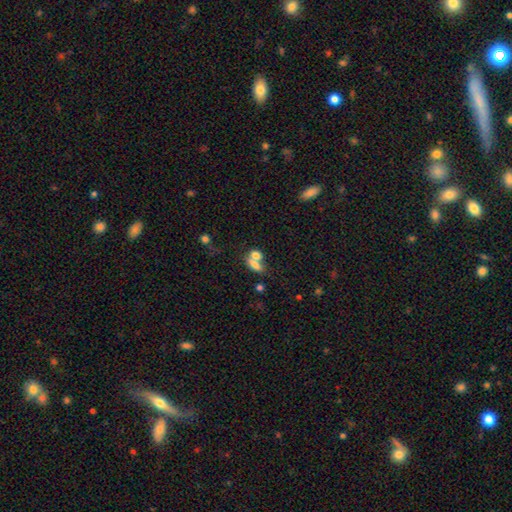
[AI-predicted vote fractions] Smooth or featured? smooth (74%)
How rounded? in between (71%)
Merging? merger (58%)